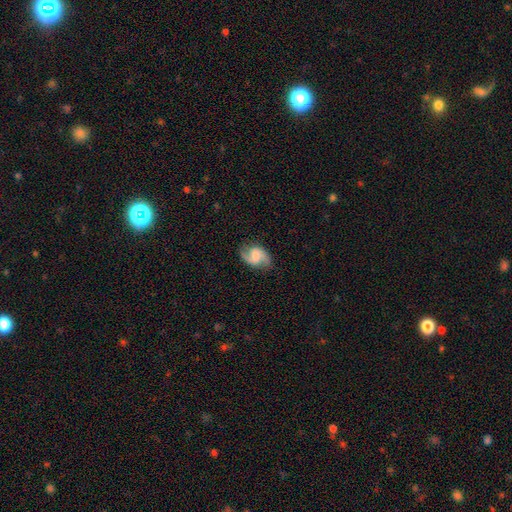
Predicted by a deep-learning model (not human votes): featured or disk 81%, smooth 13%, star or artifact 6%. Down the decision tree: edge-on disk — no (98%); bar — no (46%); spiral arms — yes (97%); spiral arm count — 2 (92%); spiral winding — medium (47%); bulge size — small (36%); merging — none (79%).